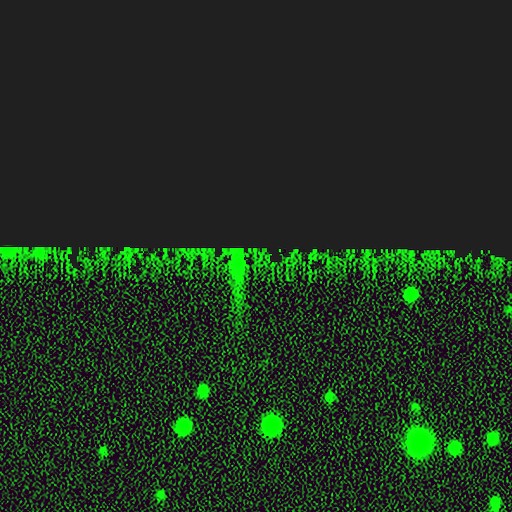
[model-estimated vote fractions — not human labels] This appears to be a star or artifact, not a galaxy (83%).